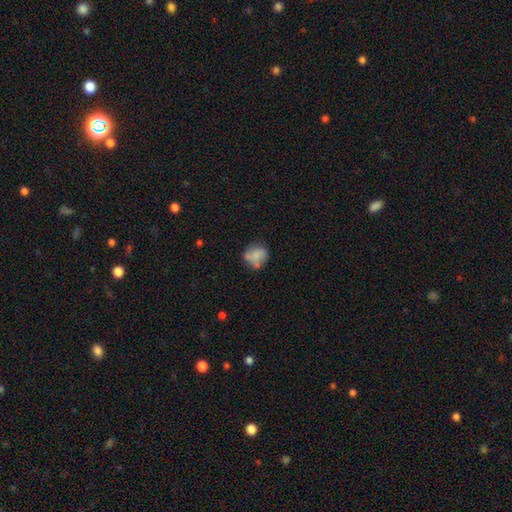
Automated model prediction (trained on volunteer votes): This is likely a smooth galaxy (68%). How rounded: likely round (68%). Merging: possibly none (51%).